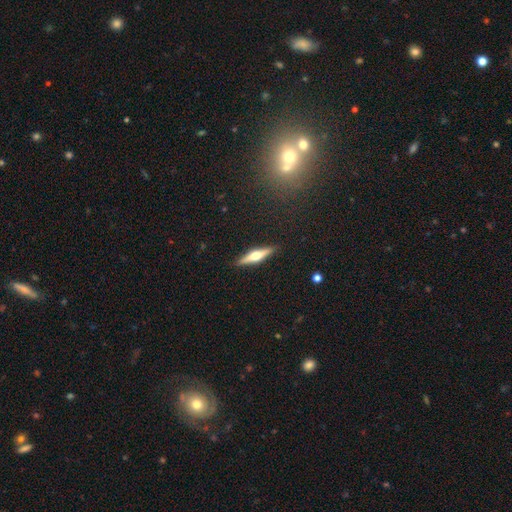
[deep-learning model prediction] Smooth or featured: featured or disk — 62% (smooth — 33%)
Edge-on disk: yes — 96% (no — 4%)
Edge-on bulge: rounded — 92% (boxy — 5%)
Merging: none — 90% (minor disturbance — 7%)